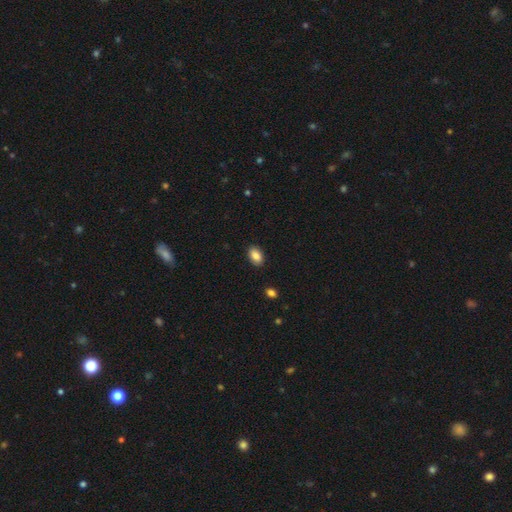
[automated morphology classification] Smooth or featured: smooth — 87% (star or artifact — 7%)
How rounded: in between — 90% (round — 8%)
Merging: none — 89% (minor disturbance — 8%)